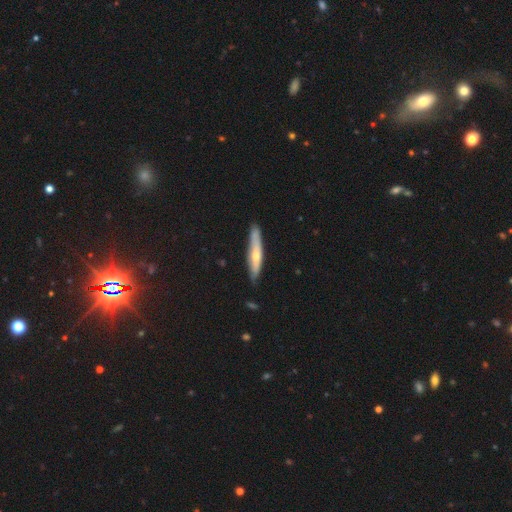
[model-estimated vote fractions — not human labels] smooth-or-featured: featured or disk: 49% | smooth: 45% | star or artifact: 6%
  merging: none: 82% | minor disturbance: 14% | major disturbance: 2% | merger: 2%